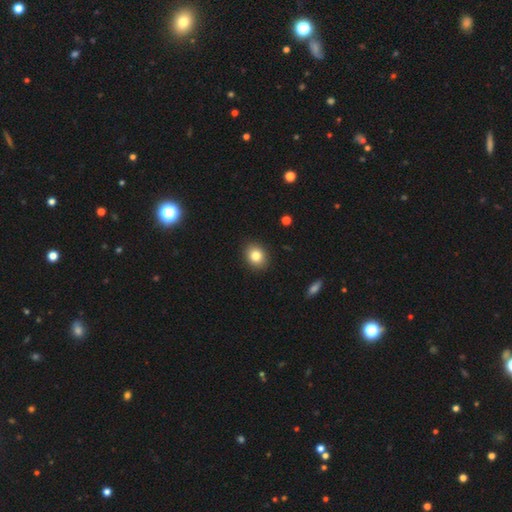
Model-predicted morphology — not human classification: Smooth or featured? Predicted: smooth (p=0.82). How rounded? Predicted: round (p=0.59). Merging? Predicted: none (p=0.90).